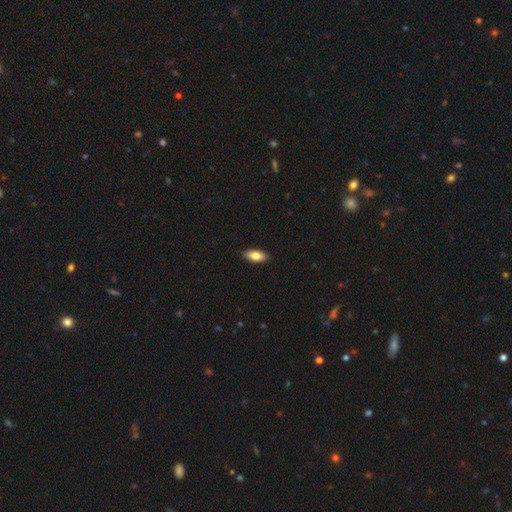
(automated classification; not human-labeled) Q: Smooth or featured?
A: smooth (79%); runner-up: featured or disk (15%)
Q: How rounded?
A: in between (86%); runner-up: cigar-shaped (11%)
Q: Merging?
A: none (90%); runner-up: minor disturbance (8%)